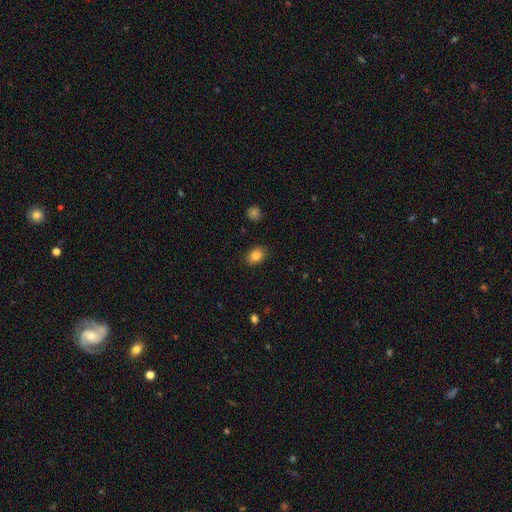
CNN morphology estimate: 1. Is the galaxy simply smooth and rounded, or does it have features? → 84% smooth, 9% star or artifact, 6% featured or disk.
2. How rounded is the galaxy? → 65% in between, 34% round, 1% cigar-shaped.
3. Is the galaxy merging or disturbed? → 87% none, 9% minor disturbance, 2% major disturbance, 1% merger.